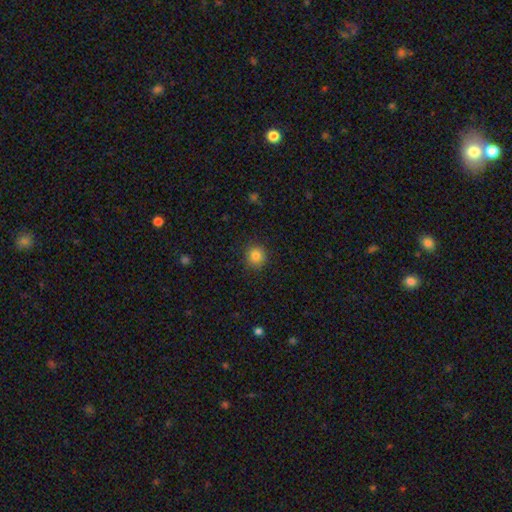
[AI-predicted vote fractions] A smooth galaxy with no disk features (83%) that is round (91%). Merging: none (90%).